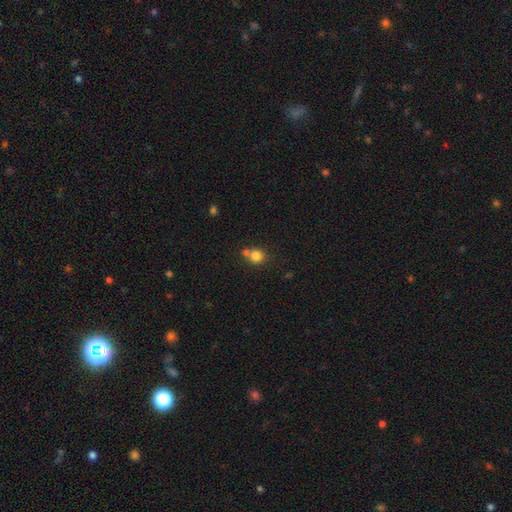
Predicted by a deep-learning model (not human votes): Overall: smooth (81%). How rounded: round (84%). Merging: none (55%; merger 32%).